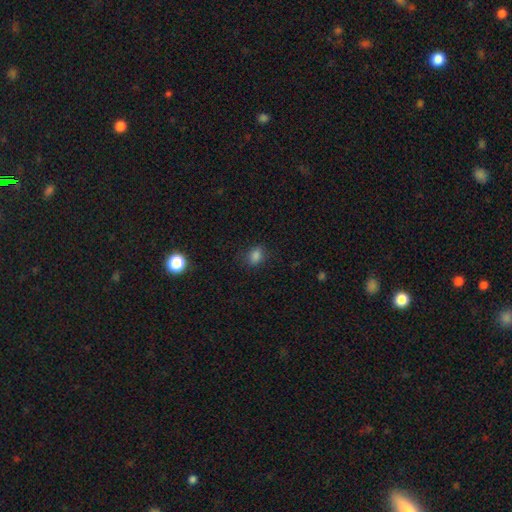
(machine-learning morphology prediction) type=smooth (82%); roundness=in between (70%); merging=none (80%).